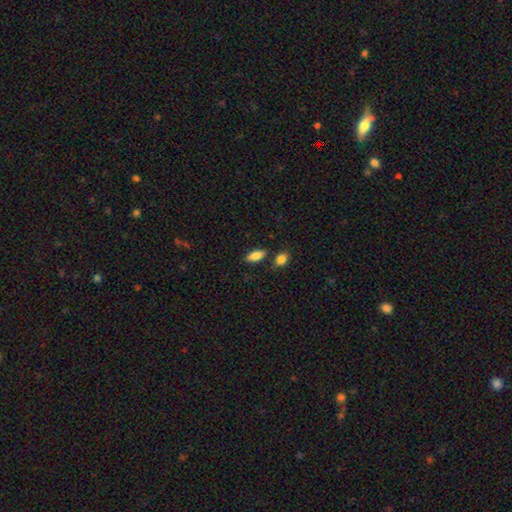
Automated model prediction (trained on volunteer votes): A smooth galaxy with no disk features (83%) that is in between round and cigar-shaped (83%).

Vote fractions:
- Smooth or featured? smooth: 83% / featured or disk: 10% / star or artifact: 7%
- How rounded? in between: 83% / cigar-shaped: 14% / round: 3%
- Merging? none: 77% / minor disturbance: 12% / merger: 8% / major disturbance: 3%